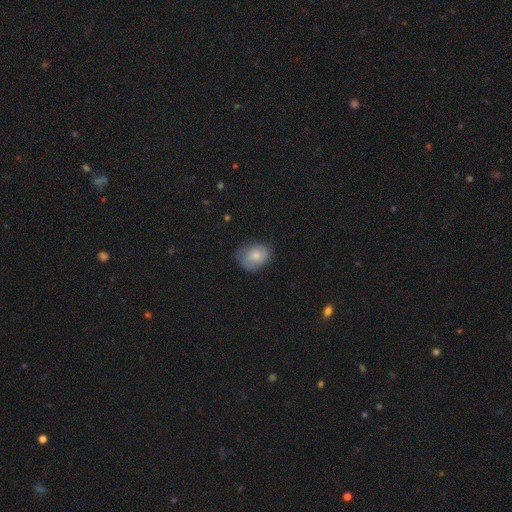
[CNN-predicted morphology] The model was most divided on "how rounded": in between: 61%, round: 38%, cigar-shaped: 1%. More confident: smooth or featured — smooth (67%); merging — none (57%).